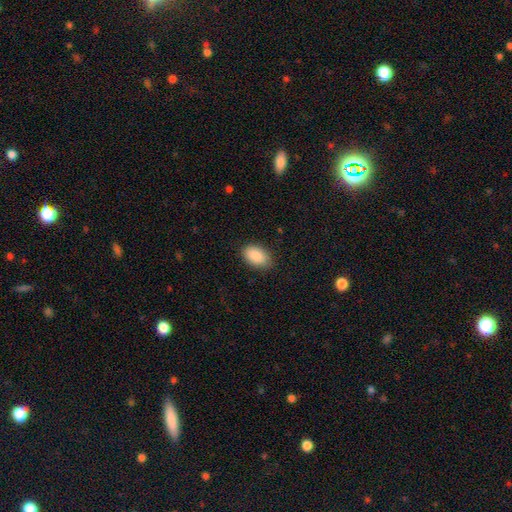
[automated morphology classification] type=smooth (89%); roundness=in between (90%); merging=none (84%).